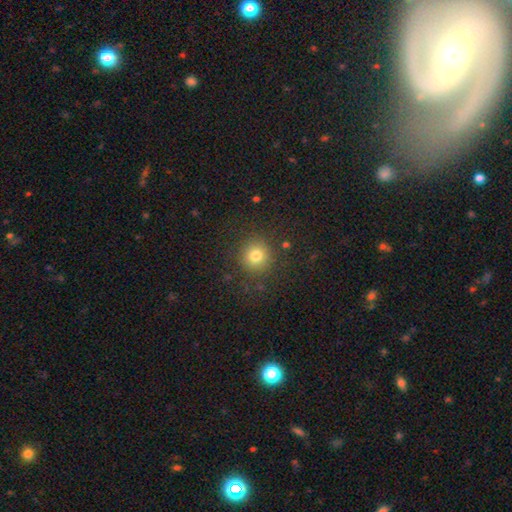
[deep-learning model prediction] A smooth galaxy with no disk features (78%) that is round (92%). Merging: none (87%).